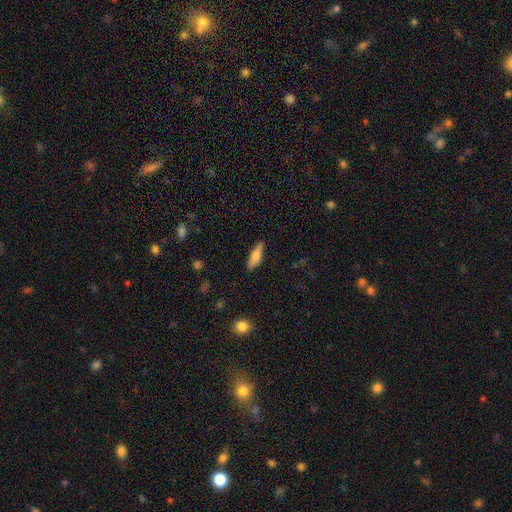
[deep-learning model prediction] Overall: smooth (70%). How rounded: cigar-shaped (53%; in between 44%). Merging: none (85%).